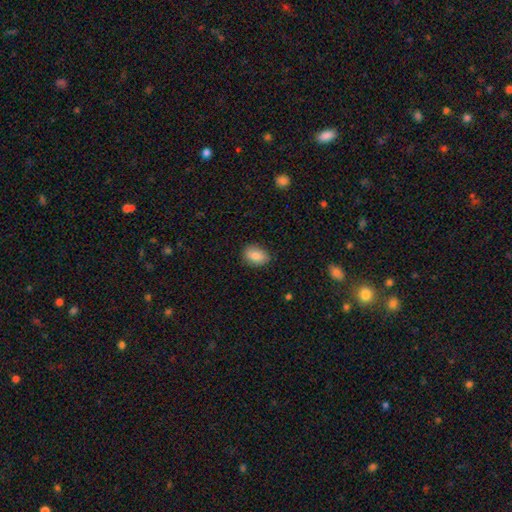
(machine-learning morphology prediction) smooth 83%, featured or disk 9%, star or artifact 8%. Down the decision tree: how rounded — in between (80%); merging — none (82%).